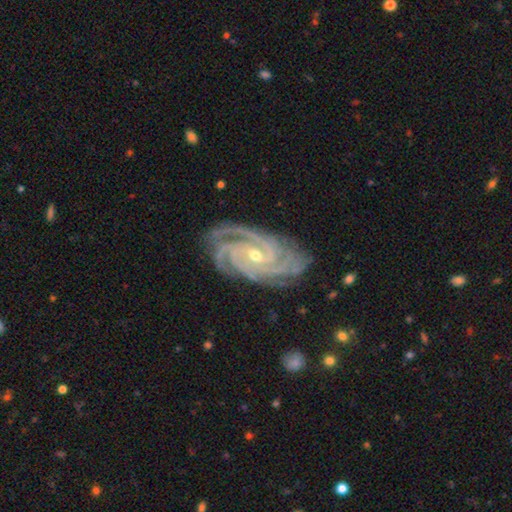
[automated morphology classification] This is clearly a featured or disk galaxy (93%). It is clearly not viewed edge-on (97%). Bar: possibly no (49%). Spiral arm pattern: clearly yes (99%). Spiral arm count: marginally 4 (39%). Spiral winding: likely tight (75%). Central bulge: possibly small (54%). Merging: likely none (79%).